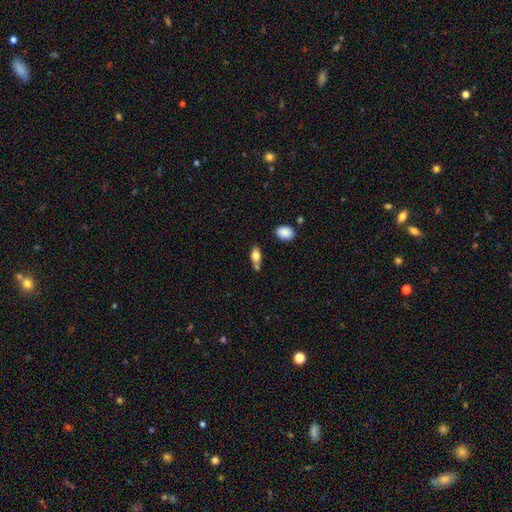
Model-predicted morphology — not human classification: The model was most divided on "merging": none: 56%, merger: 23%, minor disturbance: 17%, major disturbance: 5%. More confident: how rounded — in between (82%); smooth or featured — smooth (76%).